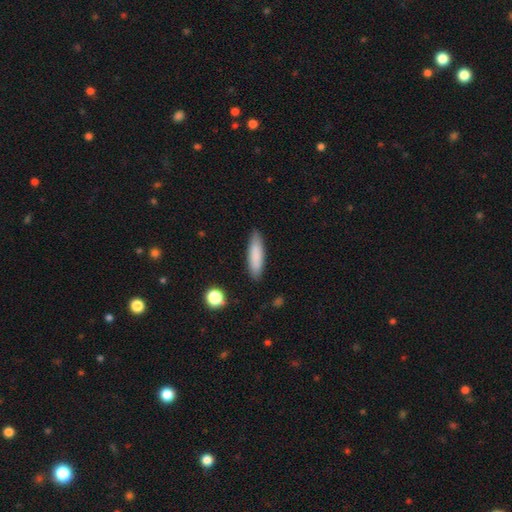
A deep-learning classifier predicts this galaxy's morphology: Overall: smooth (84%). How rounded: cigar-shaped (63%; in between 35%). Merging: none (87%).